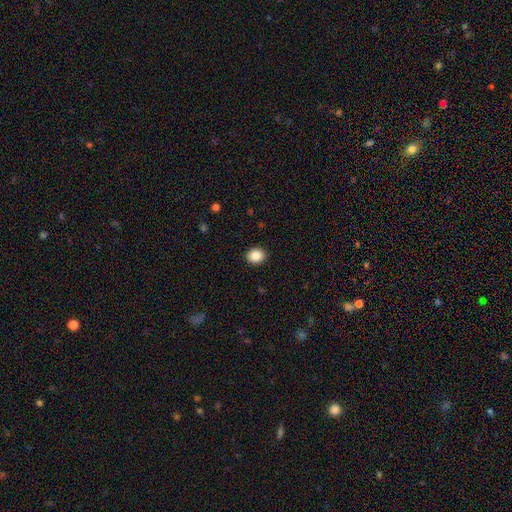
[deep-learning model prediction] Smooth or featured? Predicted: smooth (p=0.88). How rounded? Predicted: round (p=0.65). Merging? Predicted: none (p=0.91).